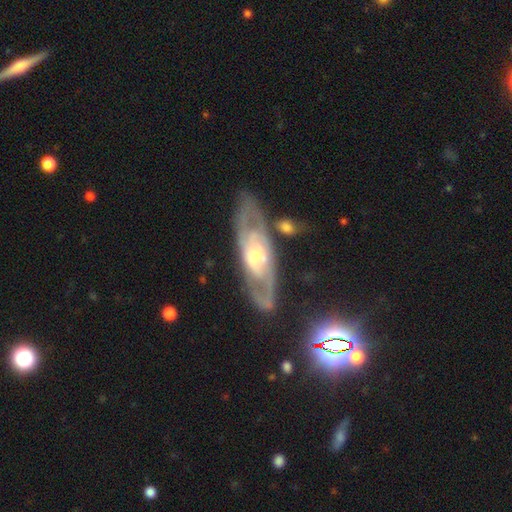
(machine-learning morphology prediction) Smooth or featured? featured or disk (81%)
Edge-on disk? no (83%)
Bar? no (56%)
Spiral arms? yes (85%)
Spiral winding? tight (45%)
Spiral arm count? 2 (62%)
Bulge size? moderate (53%)
Merging? none (71%)